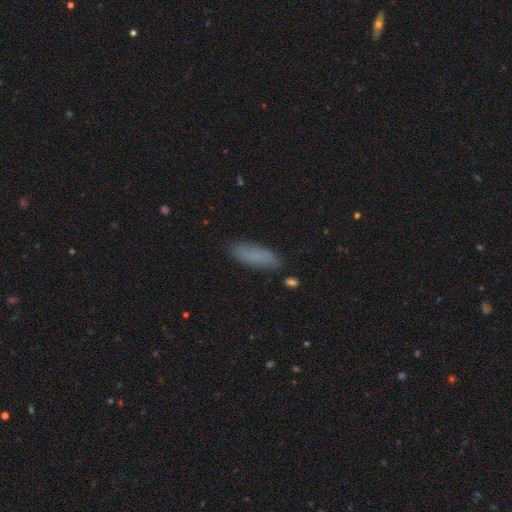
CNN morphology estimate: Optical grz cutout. It shows a smooth galaxy with no disk features (79%) that is cigar-shaped (54%). Merging: none (82%).